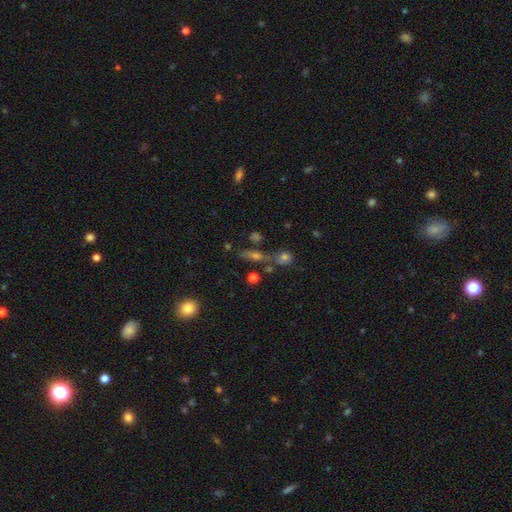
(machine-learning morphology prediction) Smooth or featured? smooth (41%)
Merging? none (62%)